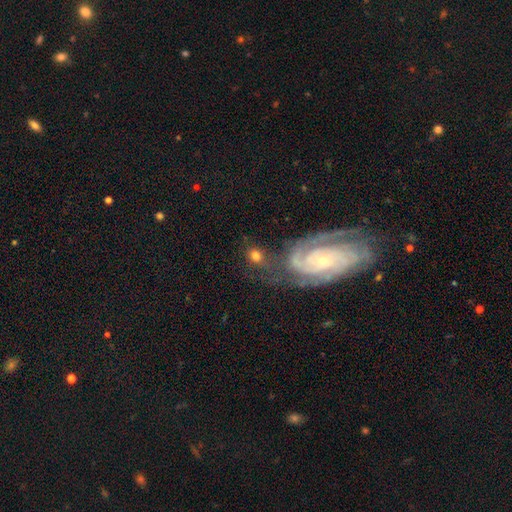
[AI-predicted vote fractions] A smooth galaxy with no disk features (52%) that is round (59%). Merging: none (58%).